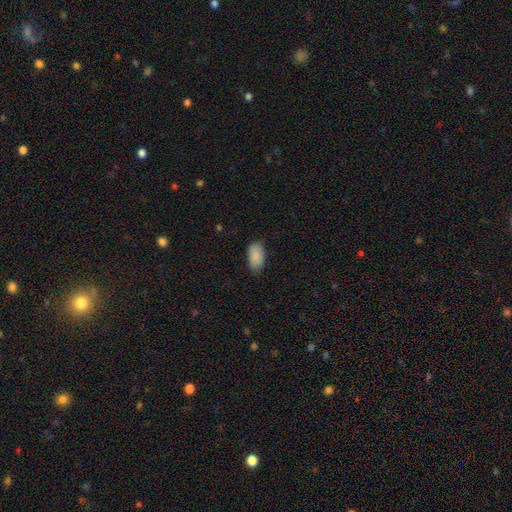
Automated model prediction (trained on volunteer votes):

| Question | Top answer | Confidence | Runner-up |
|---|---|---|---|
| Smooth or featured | smooth | 89% | star or artifact (7%) |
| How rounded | in between | 94% | round (4%) |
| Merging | none | 76% | minor disturbance (19%) |